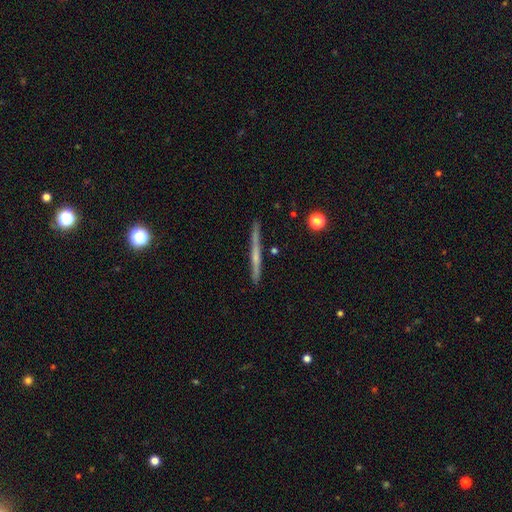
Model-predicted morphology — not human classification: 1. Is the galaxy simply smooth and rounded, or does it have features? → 63% featured or disk, 30% smooth, 7% star or artifact.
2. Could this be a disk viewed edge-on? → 97% yes, 3% no.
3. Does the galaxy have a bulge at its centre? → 57% none, 36% rounded, 6% boxy.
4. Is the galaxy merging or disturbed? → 88% none, 8% minor disturbance, 2% merger, 2% major disturbance.